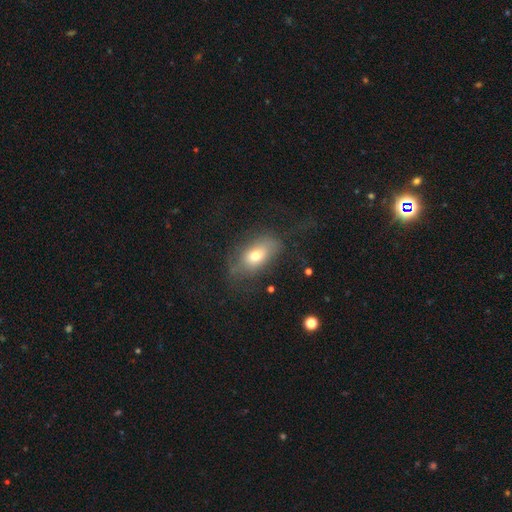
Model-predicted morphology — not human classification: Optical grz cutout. It shows a smooth galaxy with no disk features (67%) that is in between round and cigar-shaped (86%). Merging: none (54%).